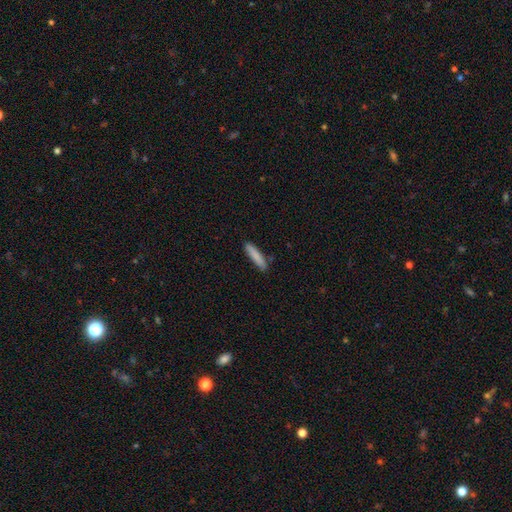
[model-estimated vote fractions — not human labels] Overall: smooth (85%). How rounded: cigar-shaped (85%). Merging: none (86%).